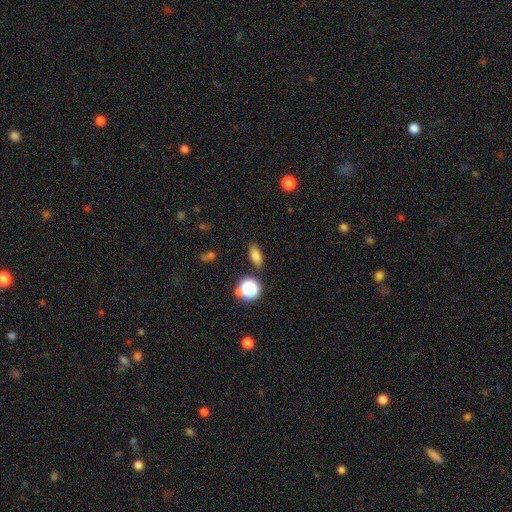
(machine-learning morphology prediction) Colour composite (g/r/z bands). It shows a smooth galaxy with no disk features (75%) that is in between round and cigar-shaped (73%). Merging: none (84%).